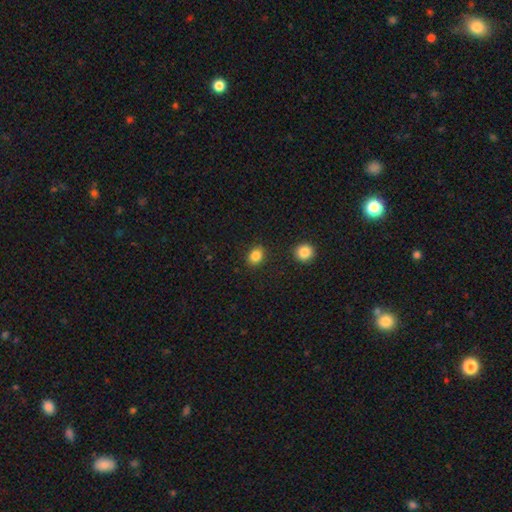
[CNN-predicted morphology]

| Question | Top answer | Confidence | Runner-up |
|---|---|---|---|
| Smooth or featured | smooth | 85% | star or artifact (10%) |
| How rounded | in between | 51% | round (48%) |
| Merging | none | 86% | minor disturbance (8%) |